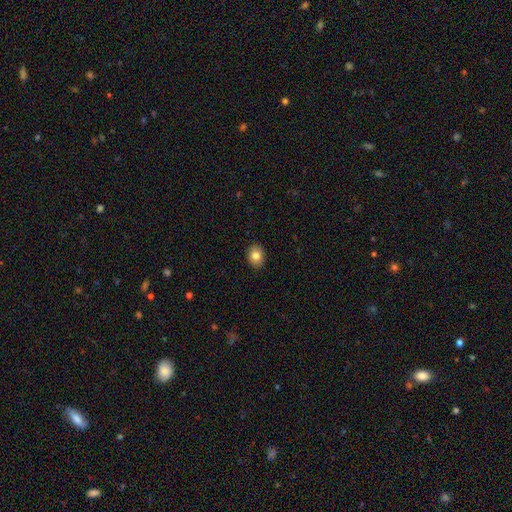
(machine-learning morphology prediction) smooth_or_featured: smooth (p=0.82) [alt: star or artifact p=0.09]
how_rounded: in between (p=0.58) [alt: round p=0.42]
merging: none (p=0.90) [alt: minor disturbance p=0.07]